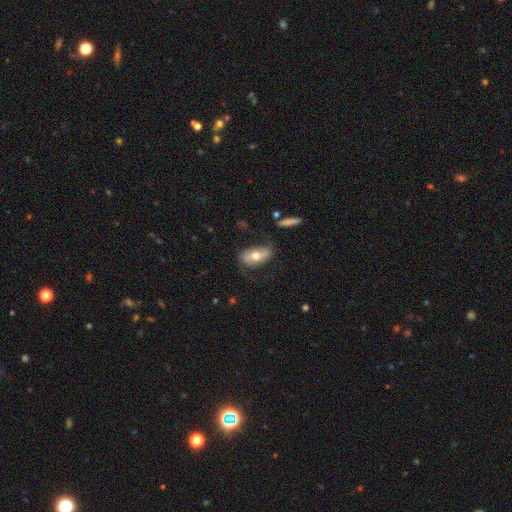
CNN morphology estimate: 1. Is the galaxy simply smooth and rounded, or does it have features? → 54% featured or disk, 40% smooth, 7% star or artifact.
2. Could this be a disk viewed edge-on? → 91% no, 9% yes.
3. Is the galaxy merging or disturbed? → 65% none, 20% minor disturbance, 13% major disturbance, 2% merger.